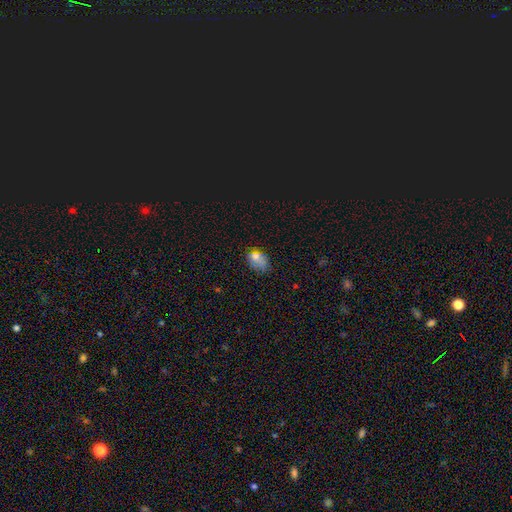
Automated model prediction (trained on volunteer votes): Overall: smooth (70%). How rounded: in between (75%). Merging: none (43%; minor disturbance 33%).